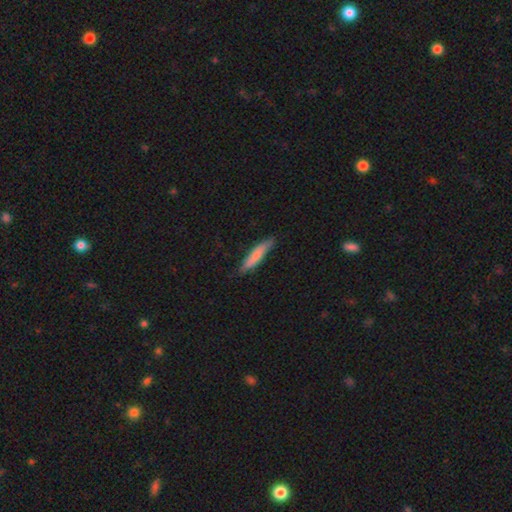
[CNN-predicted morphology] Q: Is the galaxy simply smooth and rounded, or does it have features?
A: smooth — 76%.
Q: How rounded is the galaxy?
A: cigar-shaped — 86%.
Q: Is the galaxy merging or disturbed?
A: none — 81%.